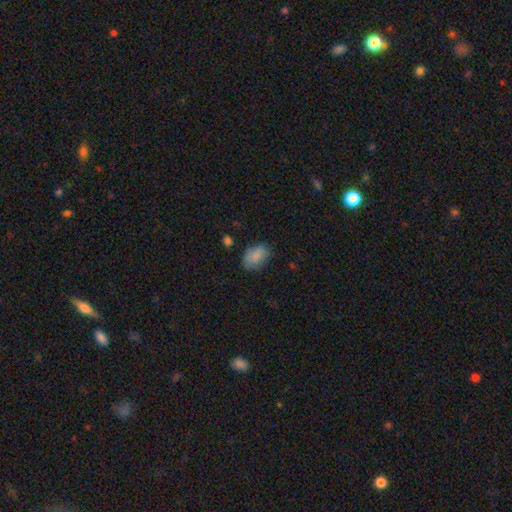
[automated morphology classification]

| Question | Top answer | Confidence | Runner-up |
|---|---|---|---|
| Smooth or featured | smooth | 83% | featured or disk (9%) |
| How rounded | in between | 87% | round (12%) |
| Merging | none | 75% | minor disturbance (19%) |